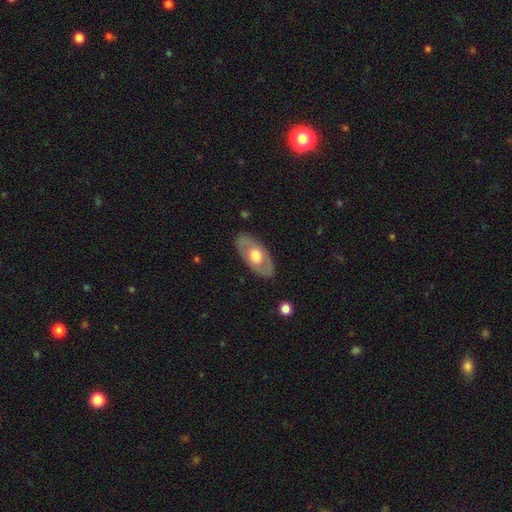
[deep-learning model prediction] Morphology: type=featured or disk (49%); merging=none (84%).